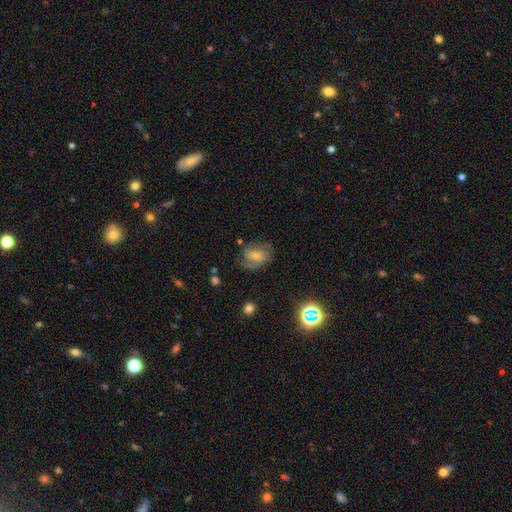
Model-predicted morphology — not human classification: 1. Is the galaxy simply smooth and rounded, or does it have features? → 62% featured or disk, 29% smooth, 10% star or artifact.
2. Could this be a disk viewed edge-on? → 96% no, 4% yes.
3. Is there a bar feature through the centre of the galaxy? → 45% weak, 36% no, 19% strong.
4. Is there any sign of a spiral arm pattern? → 87% yes, 13% no.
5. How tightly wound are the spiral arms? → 47% medium, 34% tight, 20% loose.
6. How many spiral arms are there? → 65% 2, 17% can't tell, 7% 1, 7% 3, 2% 4, 2% more than 4.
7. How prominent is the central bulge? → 49% small, 39% moderate, 6% none, 5% large, 1% dominant.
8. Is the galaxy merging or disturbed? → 65% none, 21% minor disturbance, 12% major disturbance, 2% merger.